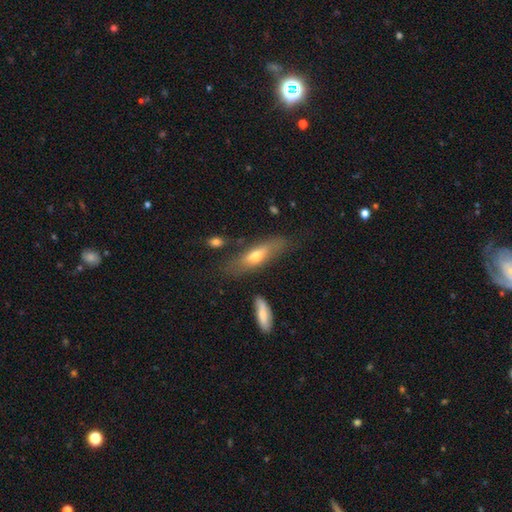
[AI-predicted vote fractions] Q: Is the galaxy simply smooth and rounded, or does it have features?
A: smooth — 52%.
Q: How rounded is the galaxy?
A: cigar-shaped — 58%.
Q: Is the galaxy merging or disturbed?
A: none — 65%.